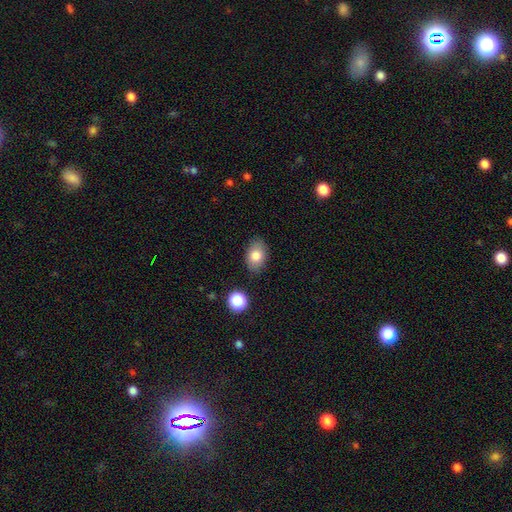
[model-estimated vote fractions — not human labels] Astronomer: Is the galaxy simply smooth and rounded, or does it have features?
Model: smooth — 80%.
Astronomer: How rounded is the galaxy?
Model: in between — 82%.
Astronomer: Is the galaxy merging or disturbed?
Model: none — 83%.